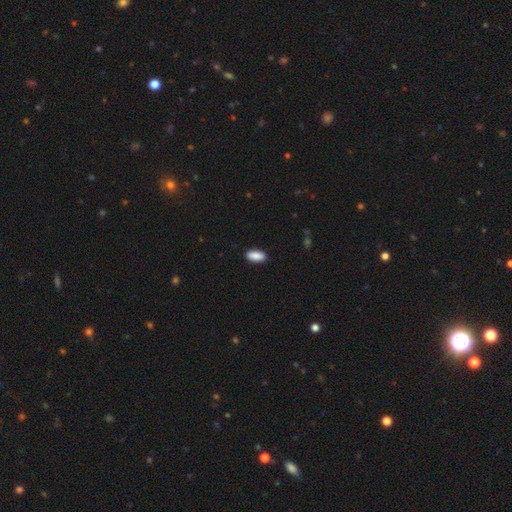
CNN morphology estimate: Smooth or featured? Predicted: smooth (p=0.90). How rounded? Predicted: in between (p=0.90). Merging? Predicted: none (p=0.90).